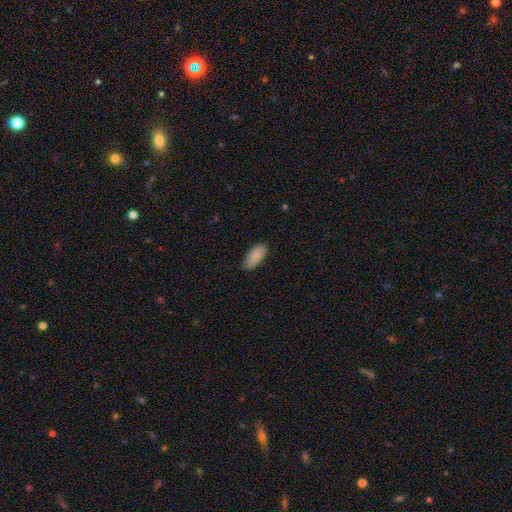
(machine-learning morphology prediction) A smooth galaxy with no disk features (88%) that is in between round and cigar-shaped (90%).

Vote fractions:
- Smooth or featured? smooth: 88% / star or artifact: 7% / featured or disk: 5%
- How rounded? in between: 90% / cigar-shaped: 8% / round: 2%
- Merging? none: 77% / minor disturbance: 19% / major disturbance: 3% / merger: 1%